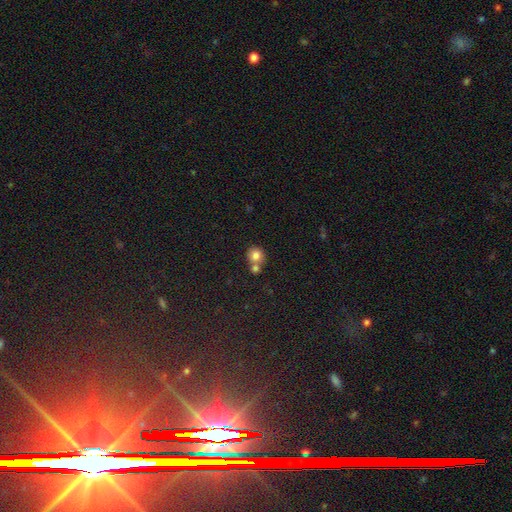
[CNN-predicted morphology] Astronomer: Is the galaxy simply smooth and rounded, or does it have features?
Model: smooth — 81%.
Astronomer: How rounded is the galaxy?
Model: round — 86%.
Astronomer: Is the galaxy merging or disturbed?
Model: none — 49% (runner-up: merger, 41%).